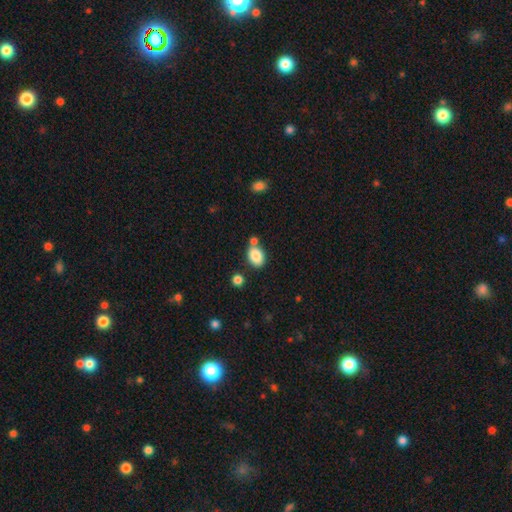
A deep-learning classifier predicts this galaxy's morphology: Q: Smooth or featured?
A: smooth (85%); runner-up: star or artifact (9%)
Q: How rounded?
A: in between (75%); runner-up: round (23%)
Q: Merging?
A: none (65%); runner-up: merger (18%)